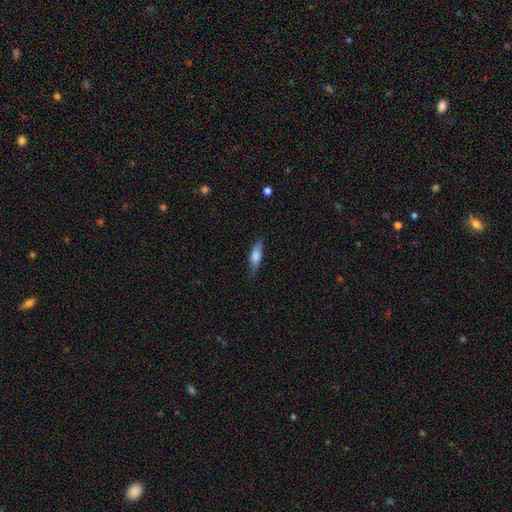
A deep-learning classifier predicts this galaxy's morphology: Smooth or featured: smooth — 73% (featured or disk — 21%)
How rounded: in between — 50% (cigar-shaped — 48%)
Merging: none — 78% (minor disturbance — 18%)